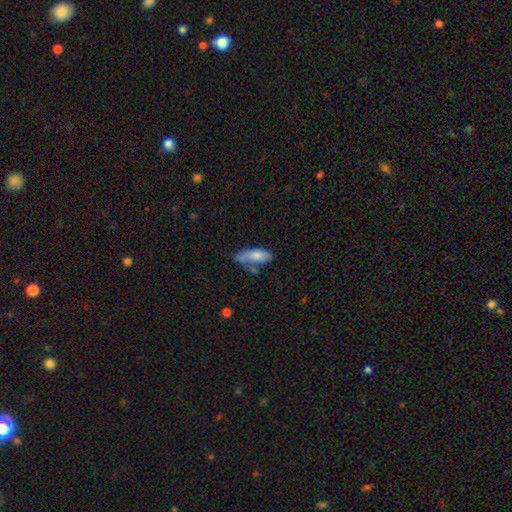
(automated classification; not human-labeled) This appears to be a smooth galaxy with no disk features (73%) that is in between round and cigar-shaped (68%). Merging: none (39%).